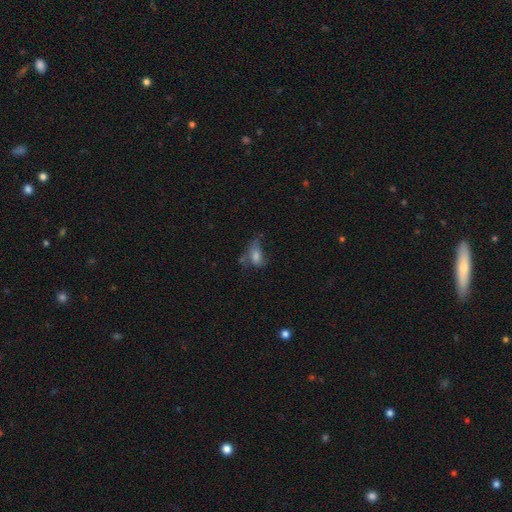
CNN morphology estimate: smooth_or_featured: smooth (p=0.62) [alt: featured or disk p=0.24]
how_rounded: in between (p=0.82) [alt: round p=0.11]
merging: major disturbance (p=0.34) [alt: none p=0.29]